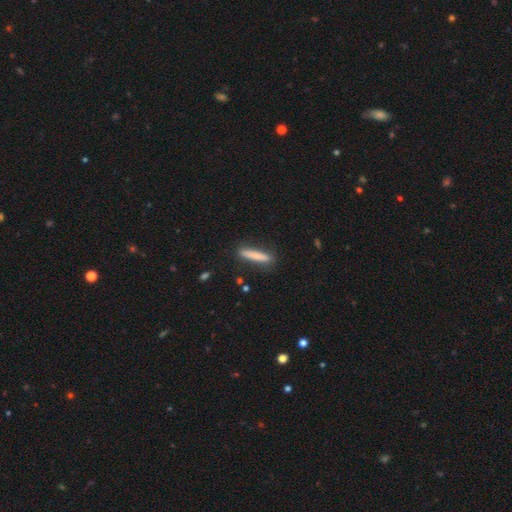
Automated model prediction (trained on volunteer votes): Smooth or featured? Predicted: smooth (p=0.79). How rounded? Predicted: cigar-shaped (p=0.90). Merging? Predicted: none (p=0.86).